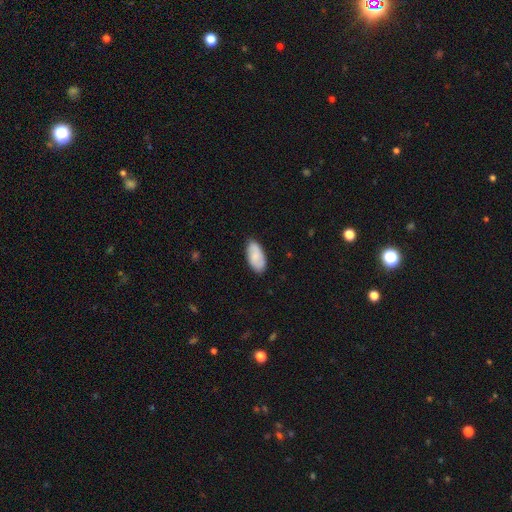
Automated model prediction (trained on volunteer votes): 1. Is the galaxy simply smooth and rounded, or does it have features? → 74% smooth, 20% featured or disk, 6% star or artifact.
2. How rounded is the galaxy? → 94% in between, 4% cigar-shaped, 2% round.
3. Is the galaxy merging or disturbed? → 83% none, 14% minor disturbance, 2% major disturbance, 1% merger.